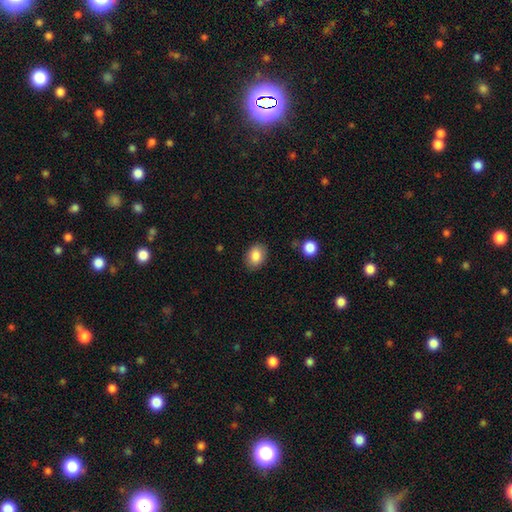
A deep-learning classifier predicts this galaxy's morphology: smooth_or_featured: smooth (p=0.86) [alt: star or artifact p=0.08]
how_rounded: in between (p=0.72) [alt: round p=0.27]
merging: none (p=0.84) [alt: minor disturbance p=0.11]